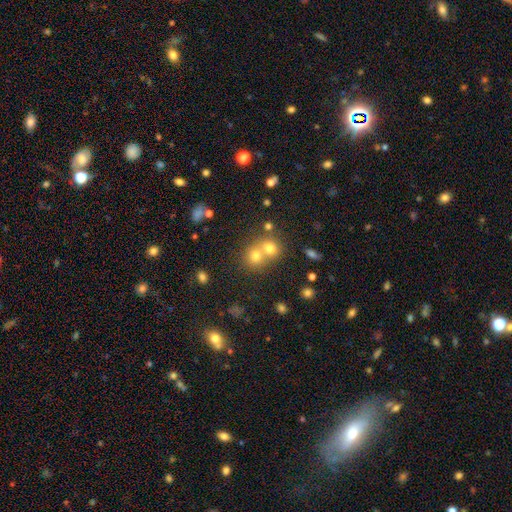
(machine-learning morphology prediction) A smooth galaxy with no disk features (73%) that is round (80%). Merging: merger (56%).